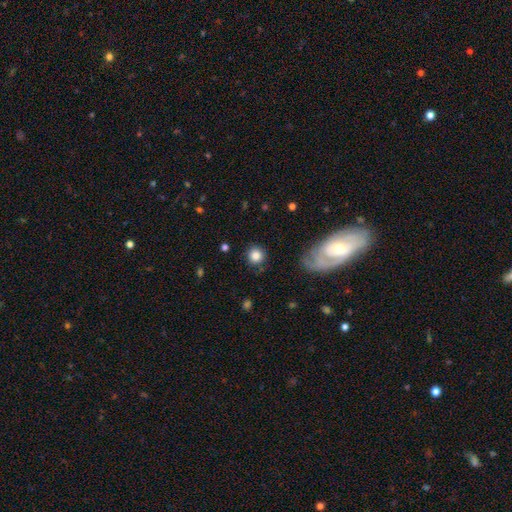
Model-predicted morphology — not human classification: Overall: smooth (83%). How rounded: round (91%). Merging: none (83%).